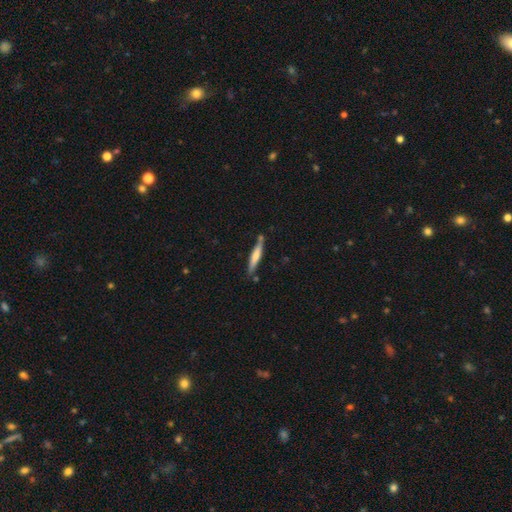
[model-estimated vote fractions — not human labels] Smooth or featured? smooth (57%)
How rounded? cigar-shaped (92%)
Merging? none (77%)